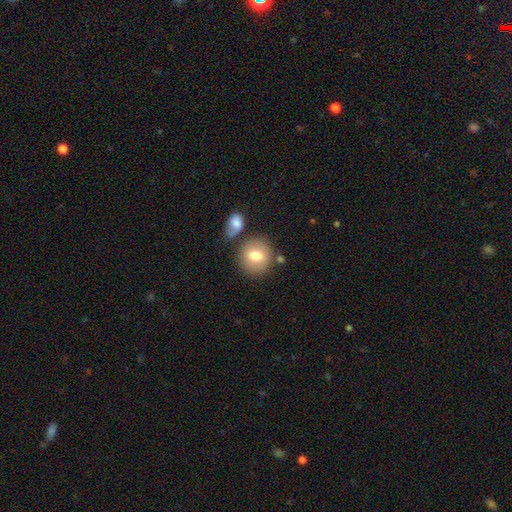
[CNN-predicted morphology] Smooth or featured? Predicted: smooth (p=0.76). How rounded? Predicted: round (p=0.86). Merging? Predicted: none (p=0.72).